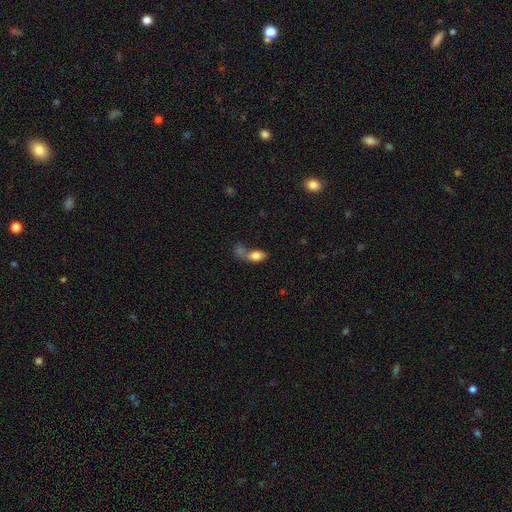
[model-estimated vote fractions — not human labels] smooth 77%, featured or disk 14%, star or artifact 9%. Down the decision tree: how rounded — in between (83%); merging — merger (44%).